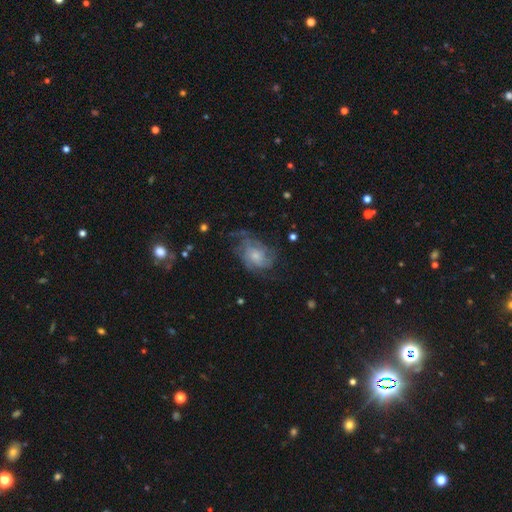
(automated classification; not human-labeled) A featured or disk galaxy (70%) with no bar (76%), tight (42%) spiral arms (88%) and a small central bulge (56%). Merging: none (52%).